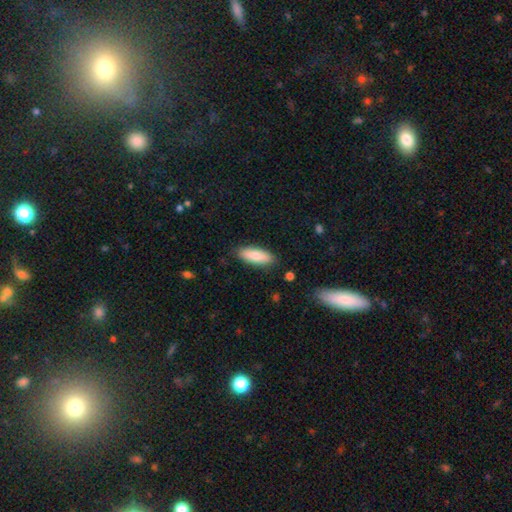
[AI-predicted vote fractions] A smooth galaxy with no disk features (83%) that is in between round and cigar-shaped (66%). Merging: none (86%).